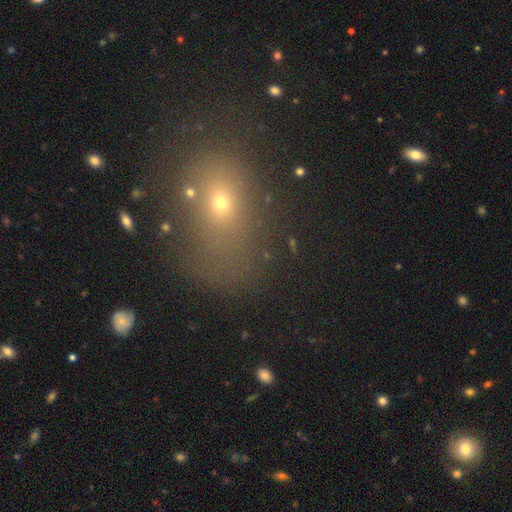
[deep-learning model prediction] The model was most divided on "smooth or featured": smooth: 54%, star or artifact: 30%, featured or disk: 15%. More confident: merging — none (68%); how rounded — in between (62%).